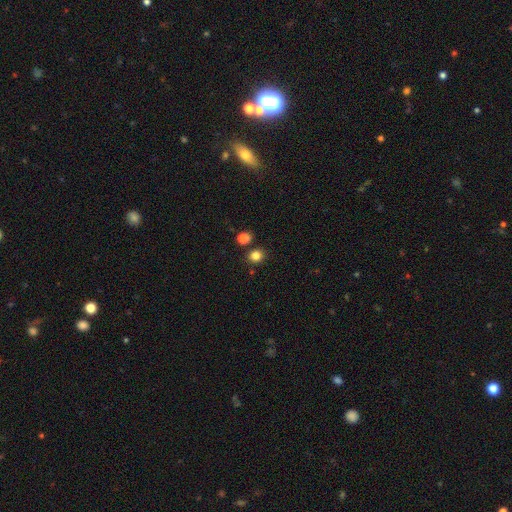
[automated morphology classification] A smooth galaxy with no disk features (83%) that is round (75%).

Vote fractions:
- Smooth or featured? smooth: 83% / star or artifact: 12% / featured or disk: 5%
- How rounded? round: 75% / in between: 24% / cigar-shaped: 1%
- Merging? none: 77% / merger: 11% / minor disturbance: 9% / major disturbance: 3%